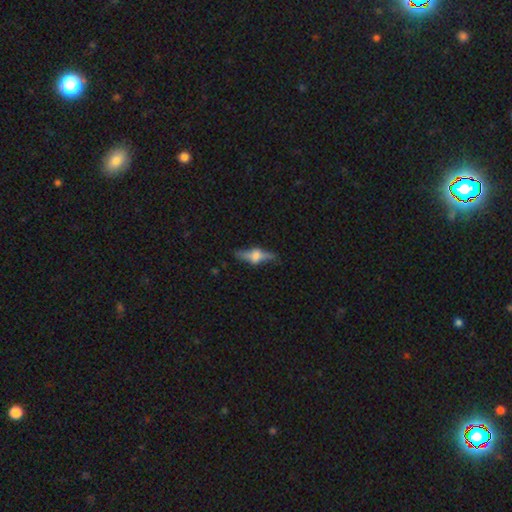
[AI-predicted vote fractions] Overall: featured or disk (69%). Edge-on disk: yes (93%). Edge-on bulge: rounded (91%). Merging: none (78%).